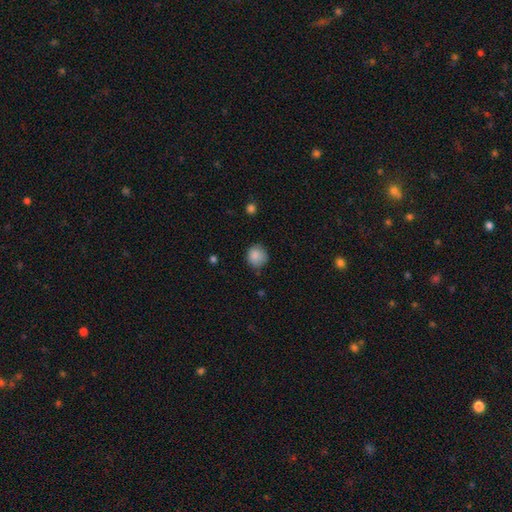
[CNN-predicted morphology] A smooth galaxy with no disk features (86%) that is round (87%).

Vote fractions:
- Smooth or featured? smooth: 86% / star or artifact: 9% / featured or disk: 5%
- How rounded? round: 87% / in between: 12% / cigar-shaped: 1%
- Merging? none: 74% / minor disturbance: 21% / major disturbance: 4% / merger: 2%